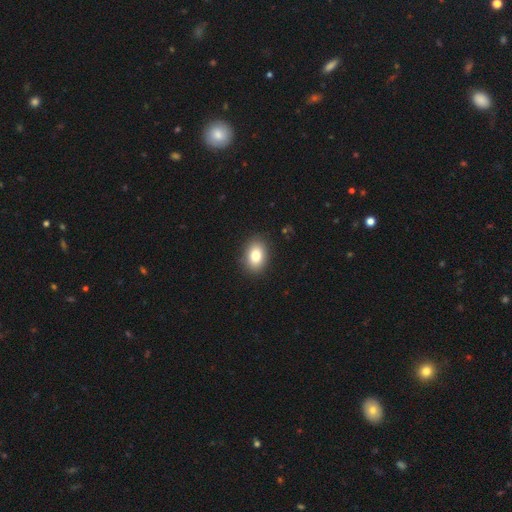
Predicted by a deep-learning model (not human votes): Smooth or featured: smooth — 82% (featured or disk — 9%)
How rounded: in between — 77% (round — 22%)
Merging: none — 88% (minor disturbance — 8%)